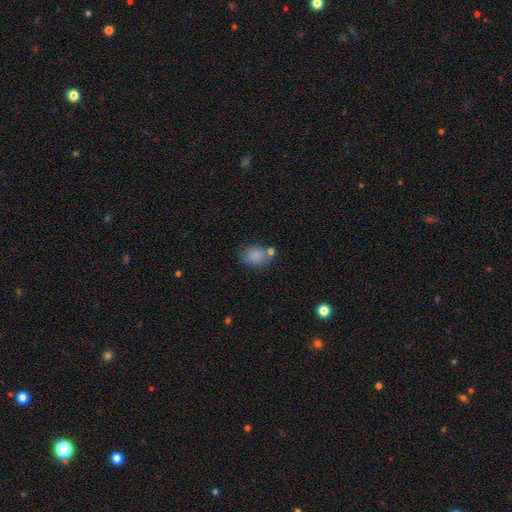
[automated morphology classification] Smooth or featured?
  - smooth: 83% *
  - star or artifact: 10%
  - featured or disk: 7%
How rounded?
  - in between: 63% *
  - round: 35%
  - cigar-shaped: 1%
Merging?
  - none: 63% *
  - minor disturbance: 18%
  - merger: 13%
  - major disturbance: 6%